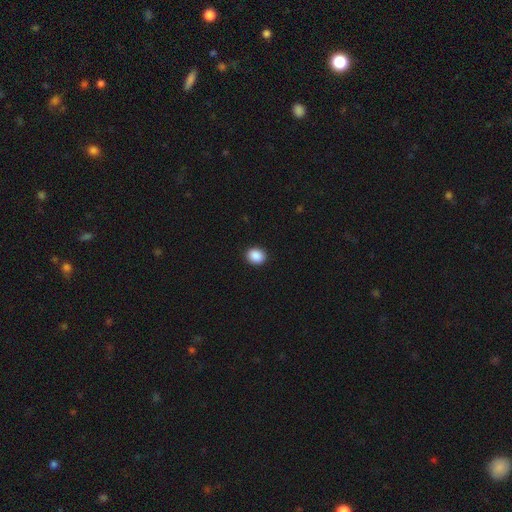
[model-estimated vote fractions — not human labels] Morphology: type=smooth (89%); roundness=round (63%); merging=none (92%).